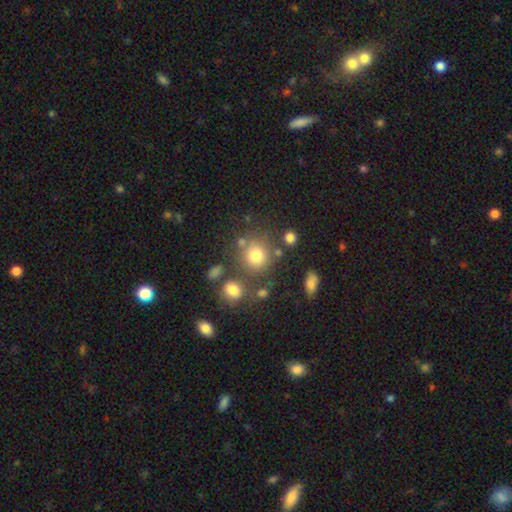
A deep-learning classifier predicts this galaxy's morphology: smooth-or-featured: smooth: 76% | star or artifact: 15% | featured or disk: 9%
  how-rounded: round: 86% | in between: 13% | cigar-shaped: 1%
  merging: none: 71% | merger: 12% | minor disturbance: 11% | major disturbance: 5%